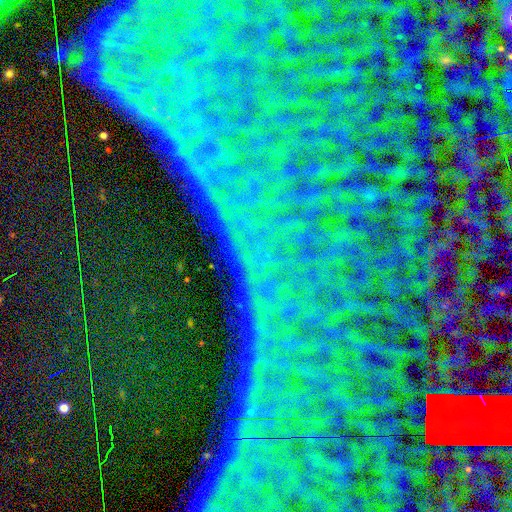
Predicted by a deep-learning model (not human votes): A star or artifact, not a galaxy (85%).